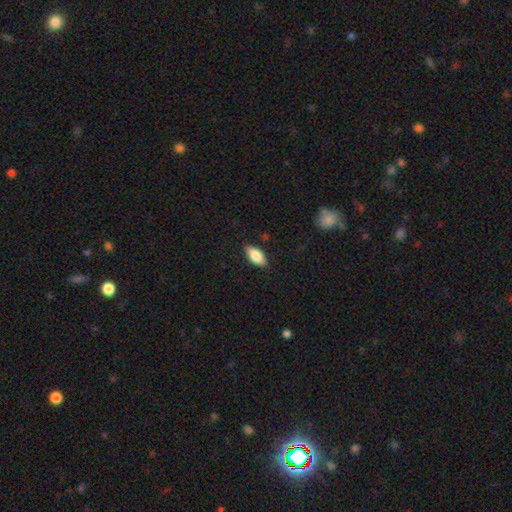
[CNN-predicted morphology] Smooth or featured?
  - smooth: 81% *
  - featured or disk: 13%
  - star or artifact: 6%
How rounded?
  - in between: 87% *
  - cigar-shaped: 11%
  - round: 3%
Merging?
  - none: 85% *
  - minor disturbance: 12%
  - major disturbance: 2%
  - merger: 1%